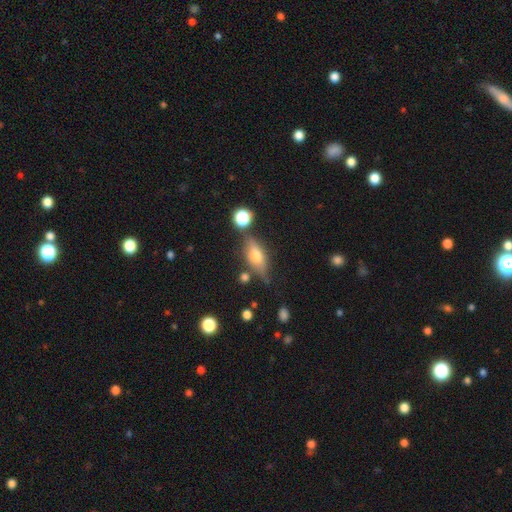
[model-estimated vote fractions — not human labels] This appears to be a smooth galaxy with no disk features (53%) that is in between round and cigar-shaped (71%). Merging: none (69%).